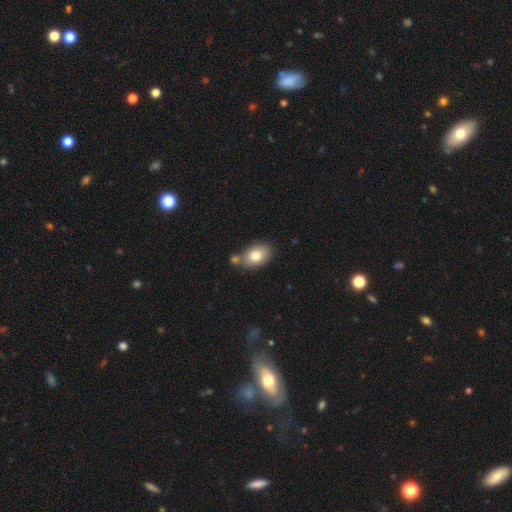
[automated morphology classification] The model was most divided on "merging": none: 63%, merger: 19%, minor disturbance: 14%, major disturbance: 4%. More confident: how rounded — in between (81%); smooth or featured — smooth (78%).